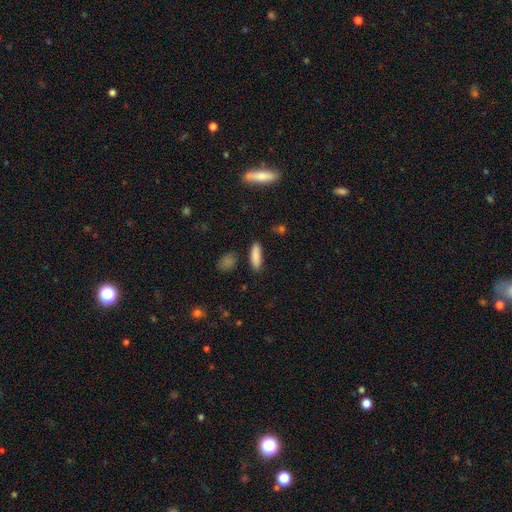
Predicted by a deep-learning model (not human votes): Smooth or featured: smooth — 86% (star or artifact — 8%)
How rounded: cigar-shaped — 56% (in between — 42%)
Merging: none — 85% (minor disturbance — 10%)